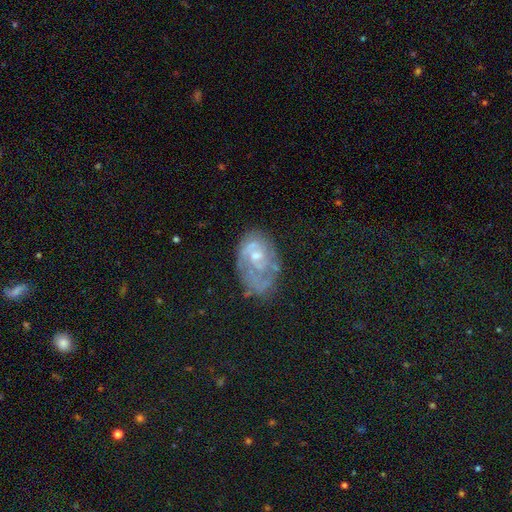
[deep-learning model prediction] smooth_or_featured: featured or disk (p=0.64) [alt: smooth p=0.24]
disk_edge_on: no (p=0.97) [alt: yes p=0.03]
bar: no (p=0.73) [alt: weak p=0.23]
has_spiral_arms: yes (p=0.65) [alt: no p=0.35]
bulge_size: small (p=0.51) [alt: moderate p=0.39]
merging: none (p=0.49) [alt: minor disturbance p=0.27]